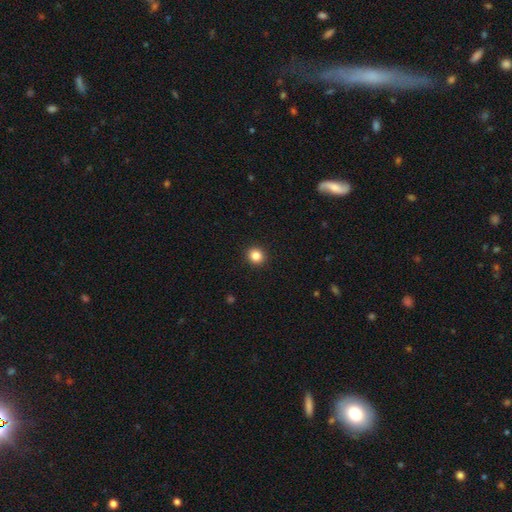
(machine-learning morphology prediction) smooth 84%, star or artifact 11%, featured or disk 4%. Down the decision tree: how rounded — round (88%); merging — none (93%).